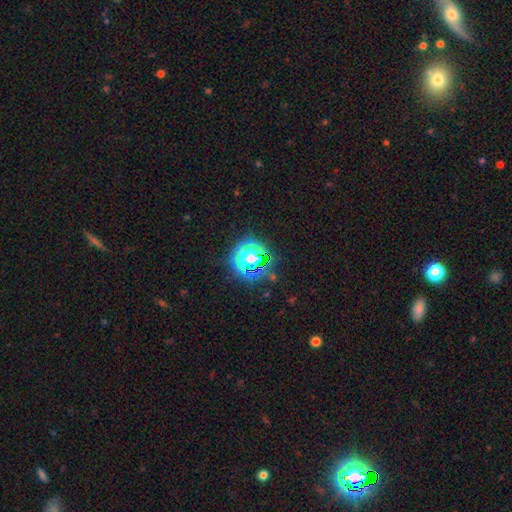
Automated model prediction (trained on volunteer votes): This is possibly a star or artifact rather than a galaxy (51%).